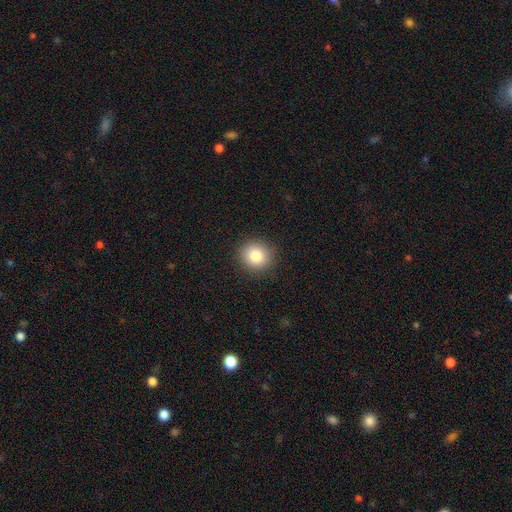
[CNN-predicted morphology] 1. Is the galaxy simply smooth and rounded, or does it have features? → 84% smooth, 10% star or artifact, 6% featured or disk.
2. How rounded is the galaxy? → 87% round, 12% in between, 1% cigar-shaped.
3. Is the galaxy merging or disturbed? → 90% none, 6% minor disturbance, 2% major disturbance, 1% merger.